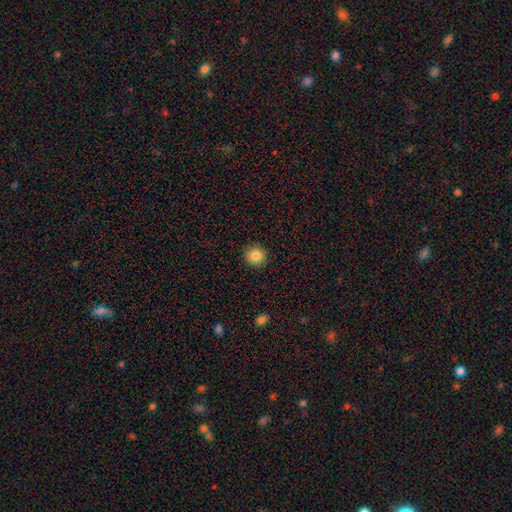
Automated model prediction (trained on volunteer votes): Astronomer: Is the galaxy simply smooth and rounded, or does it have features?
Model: smooth — 85%.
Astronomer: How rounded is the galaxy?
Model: round — 94%.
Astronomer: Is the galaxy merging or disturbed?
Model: none — 92%.